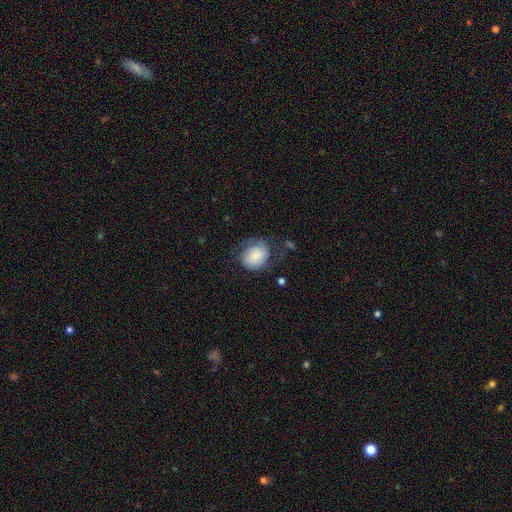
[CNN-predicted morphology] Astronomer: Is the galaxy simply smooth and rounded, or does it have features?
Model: smooth — 60%.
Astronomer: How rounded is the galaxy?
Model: round — 63%.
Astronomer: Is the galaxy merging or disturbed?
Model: none — 49% (runner-up: minor disturbance, 27%).